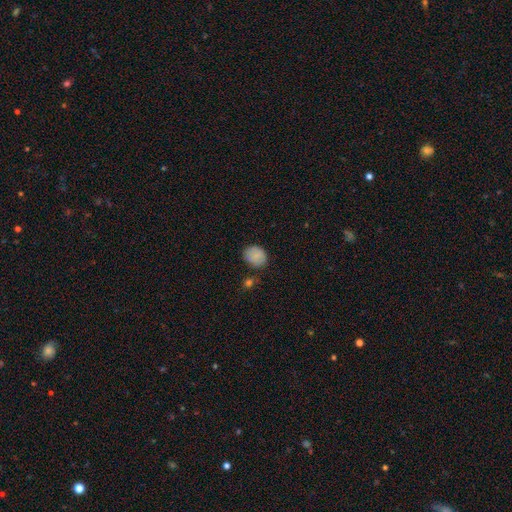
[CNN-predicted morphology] Smooth or featured?
  - smooth: 84% *
  - star or artifact: 9%
  - featured or disk: 7%
How rounded?
  - in between: 50% *
  - round: 49%
  - cigar-shaped: 1%
Merging?
  - none: 72% *
  - minor disturbance: 20%
  - merger: 5%
  - major disturbance: 4%